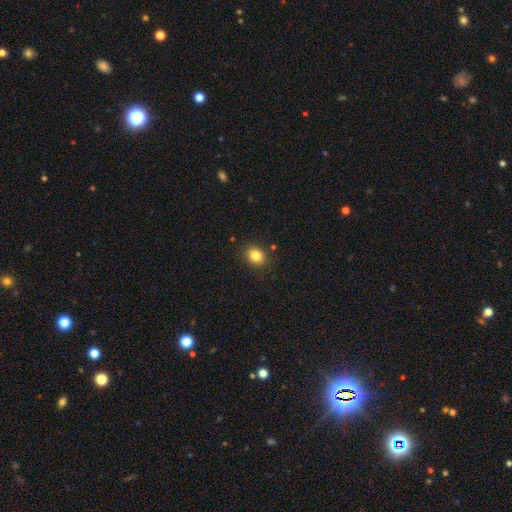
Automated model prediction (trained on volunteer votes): Smooth or featured?
  - smooth: 83% *
  - star or artifact: 11%
  - featured or disk: 6%
How rounded?
  - round: 64% *
  - in between: 35%
  - cigar-shaped: 1%
Merging?
  - none: 87% *
  - minor disturbance: 9%
  - major disturbance: 2%
  - merger: 2%